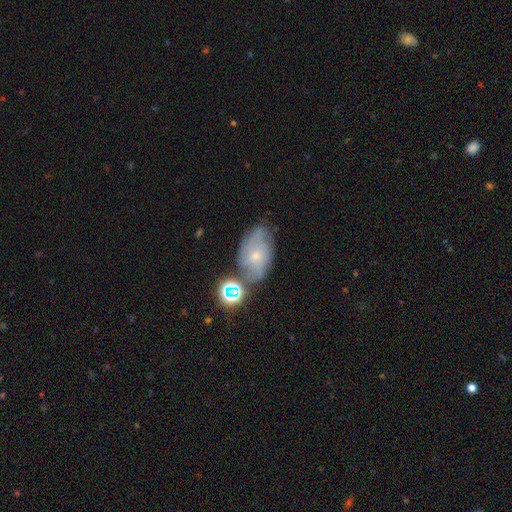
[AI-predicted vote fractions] Smooth or featured? Predicted: featured or disk (p=0.62). Edge-on disk? Predicted: no (p=0.95). Bar? Predicted: no (p=0.67). Spiral arms? Predicted: yes (p=0.84). Bulge size? Predicted: small (p=0.71). Merging? Predicted: none (p=0.53).